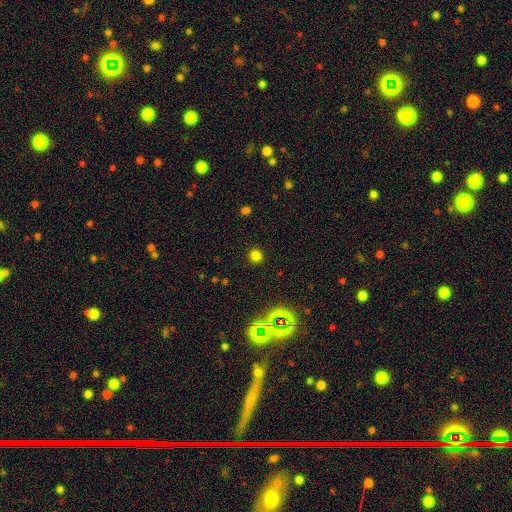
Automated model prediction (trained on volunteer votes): This is likely a smooth galaxy (76%). How rounded: clearly round (92%). Merging: clearly none (91%).